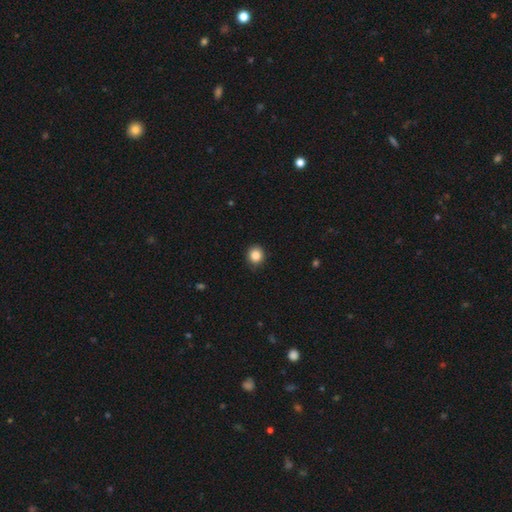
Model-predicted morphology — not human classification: Smooth or featured?
  - smooth: 85% *
  - star or artifact: 10%
  - featured or disk: 5%
How rounded?
  - round: 84% *
  - in between: 16%
  - cigar-shaped: 1%
Merging?
  - none: 90% *
  - minor disturbance: 7%
  - major disturbance: 2%
  - merger: 1%